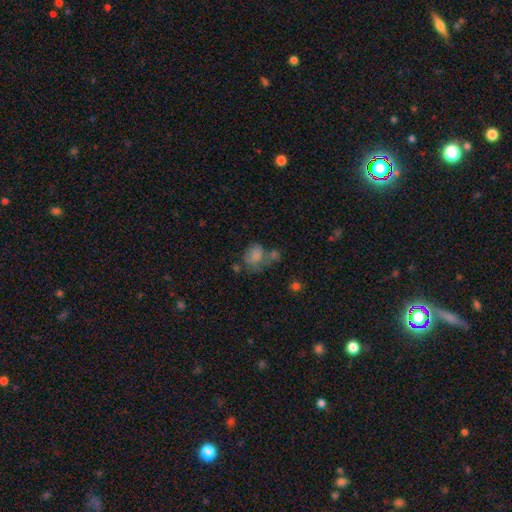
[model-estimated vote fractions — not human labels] smooth_or_featured: smooth (p=0.73) [alt: featured or disk p=0.16]
how_rounded: in between (p=0.58) [alt: round p=0.41]
merging: none (p=0.31) [alt: merger p=0.28]